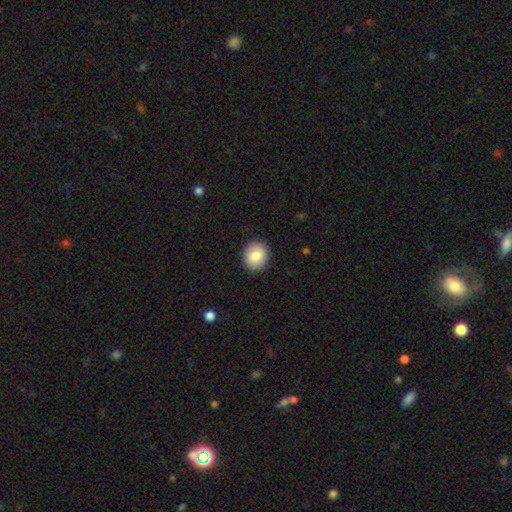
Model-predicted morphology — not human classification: A smooth galaxy with no disk features (86%) that is round (69%).

Vote fractions:
- Smooth or featured? smooth: 86% / star or artifact: 7% / featured or disk: 7%
- How rounded? round: 69% / in between: 30% / cigar-shaped: 1%
- Merging? none: 90% / minor disturbance: 7% / major disturbance: 2% / merger: 1%